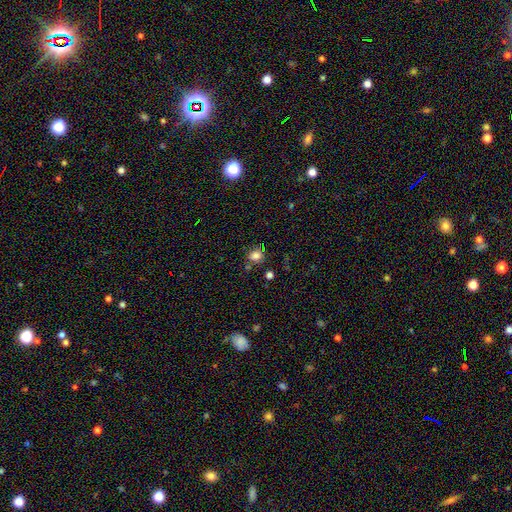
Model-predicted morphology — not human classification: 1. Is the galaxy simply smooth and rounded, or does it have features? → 78% smooth, 16% star or artifact, 6% featured or disk.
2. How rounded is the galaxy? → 71% round, 27% in between, 1% cigar-shaped.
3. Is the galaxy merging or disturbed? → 75% none, 12% minor disturbance, 9% merger, 4% major disturbance.